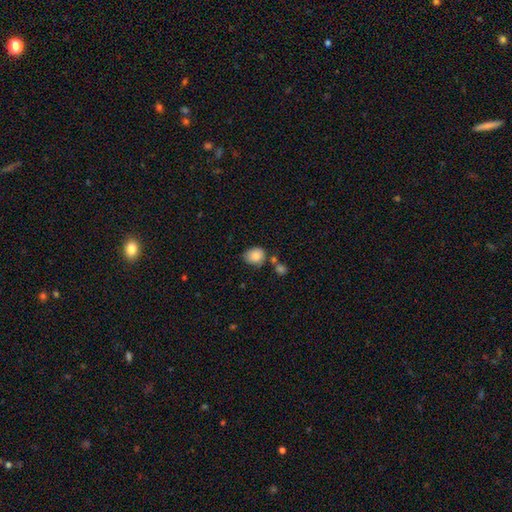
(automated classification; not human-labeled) This is clearly a smooth galaxy (85%). How rounded: likely round (62%). Merging: likely none (62%).